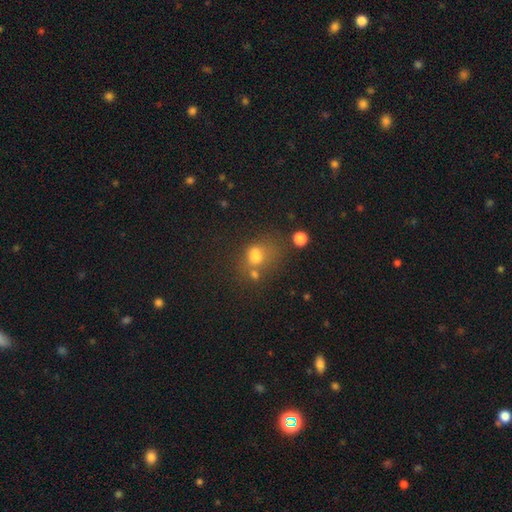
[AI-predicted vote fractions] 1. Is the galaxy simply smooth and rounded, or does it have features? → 61% smooth, 20% star or artifact, 19% featured or disk.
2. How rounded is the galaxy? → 55% in between, 43% round, 2% cigar-shaped.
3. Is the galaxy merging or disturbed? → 35% merger, 31% none, 18% major disturbance, 16% minor disturbance.